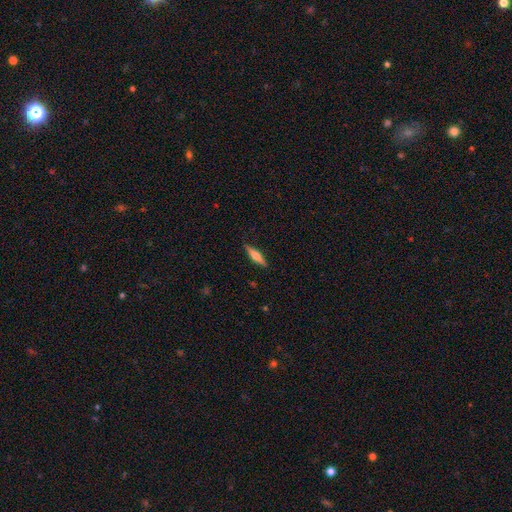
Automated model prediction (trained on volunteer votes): A smooth galaxy with no disk features (49%). Merging: none (88%).